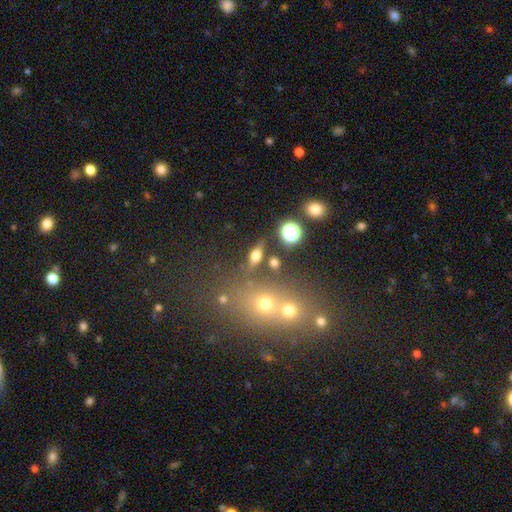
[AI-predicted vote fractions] Morphology: type=smooth (49%); merging=none (73%).